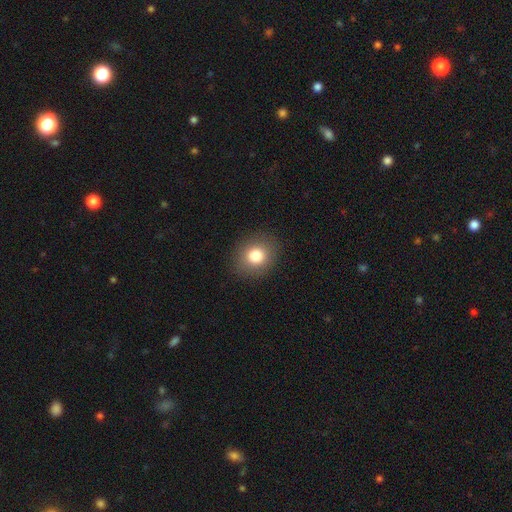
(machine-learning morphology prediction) Smooth or featured?
  - smooth: 80% *
  - star or artifact: 11%
  - featured or disk: 9%
How rounded?
  - round: 73% *
  - in between: 26%
  - cigar-shaped: 1%
Merging?
  - none: 89% *
  - minor disturbance: 7%
  - major disturbance: 3%
  - merger: 1%